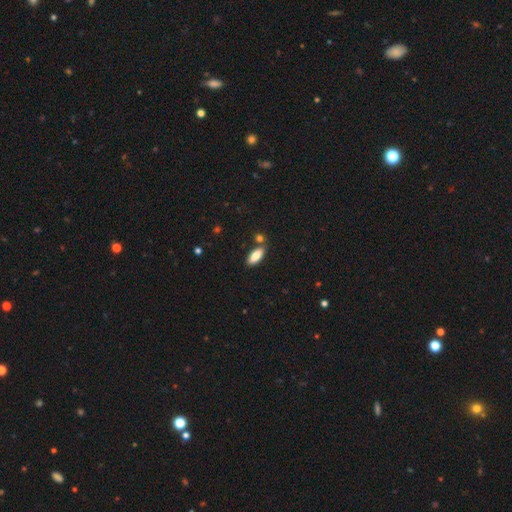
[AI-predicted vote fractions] A smooth galaxy with no disk features (84%) that is in between round and cigar-shaped (78%).

Vote fractions:
- Smooth or featured? smooth: 84% / featured or disk: 9% / star or artifact: 7%
- How rounded? in between: 78% / cigar-shaped: 20% / round: 2%
- Merging? none: 77% / minor disturbance: 11% / merger: 10% / major disturbance: 3%